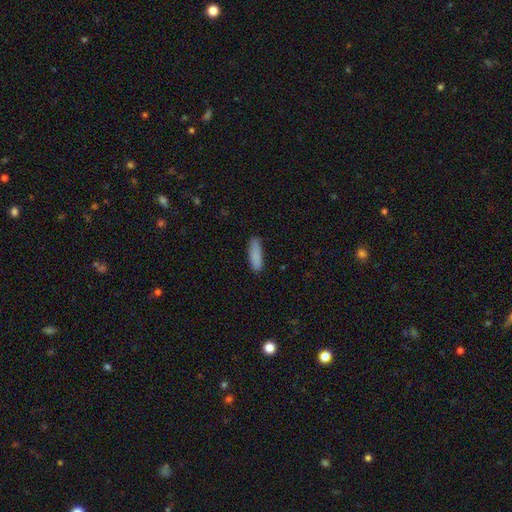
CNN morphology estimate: Smooth or featured? smooth (87%)
How rounded? cigar-shaped (64%)
Merging? none (84%)